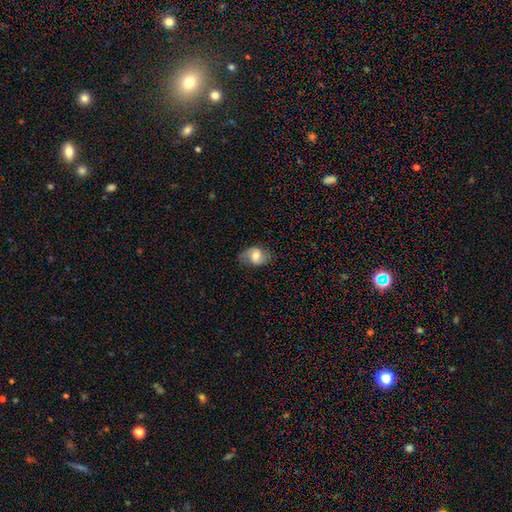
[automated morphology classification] Smooth or featured?
  - smooth: 50% *
  - featured or disk: 42%
  - star or artifact: 8%
Merging?
  - none: 67% *
  - minor disturbance: 24%
  - major disturbance: 8%
  - merger: 1%